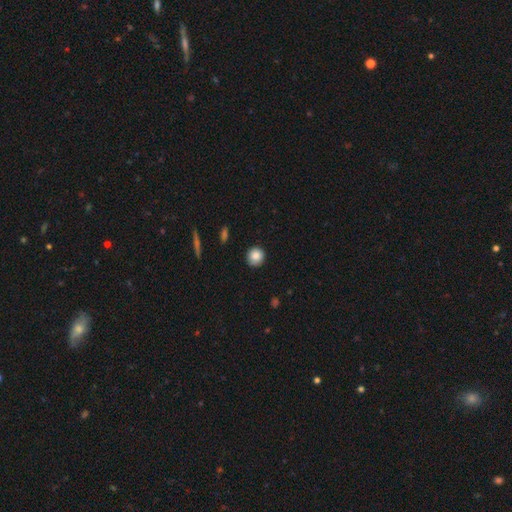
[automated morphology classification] Smooth or featured? smooth (86%)
How rounded? round (92%)
Merging? none (89%)